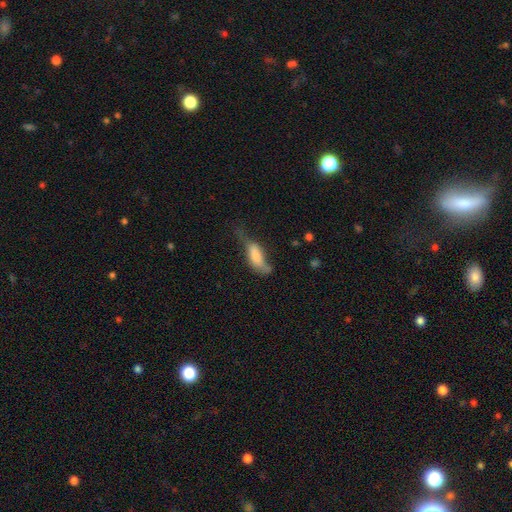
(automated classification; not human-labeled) This appears to be a smooth galaxy with no disk features (68%) that is in between round and cigar-shaped (72%). Merging: major disturbance (40%).